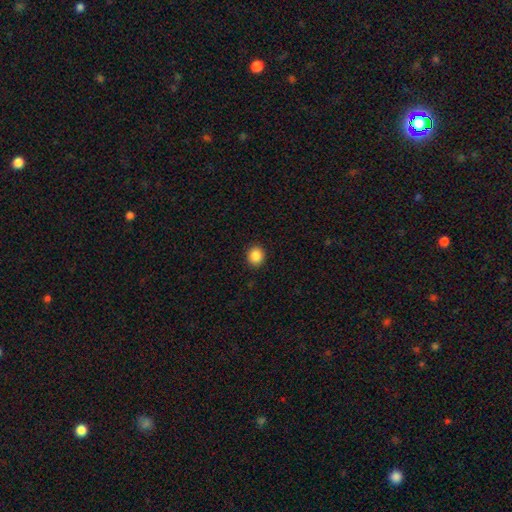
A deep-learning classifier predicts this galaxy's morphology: This appears to be a smooth galaxy with no disk features (87%) that is round (79%). Merging: none (91%).